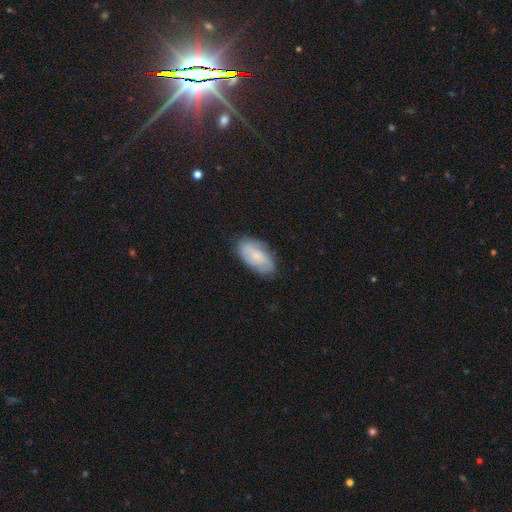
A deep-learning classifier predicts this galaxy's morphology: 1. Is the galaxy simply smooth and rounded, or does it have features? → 52% smooth, 41% featured or disk, 7% star or artifact.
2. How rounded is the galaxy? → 92% in between, 4% cigar-shaped, 3% round.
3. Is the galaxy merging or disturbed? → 74% none, 20% minor disturbance, 5% major disturbance, 1% merger.